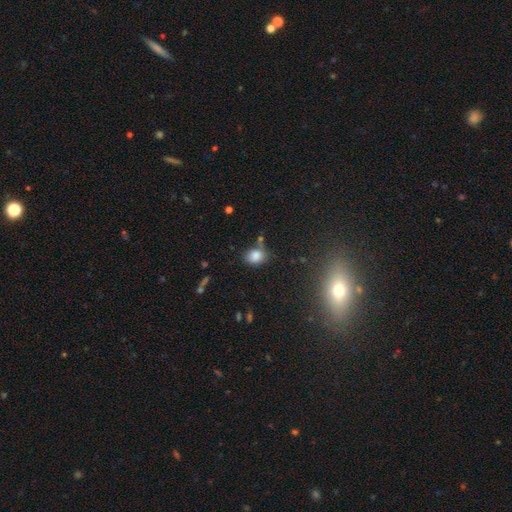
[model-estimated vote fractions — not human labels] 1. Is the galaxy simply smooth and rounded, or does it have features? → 83% smooth, 11% star or artifact, 6% featured or disk.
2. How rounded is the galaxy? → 61% in between, 38% round, 1% cigar-shaped.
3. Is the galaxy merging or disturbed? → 63% none, 19% minor disturbance, 12% merger, 6% major disturbance.